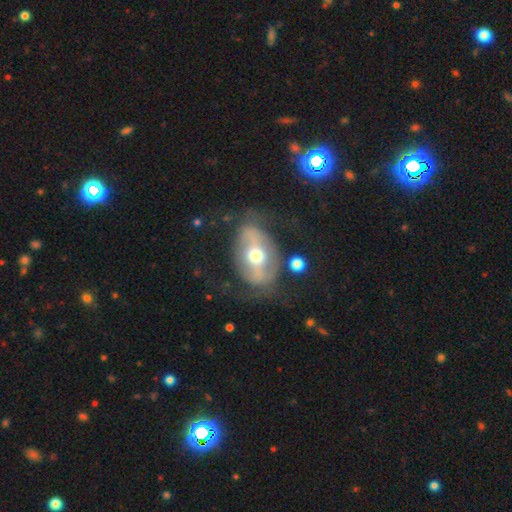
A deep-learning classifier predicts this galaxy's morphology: featured or disk 69%, smooth 25%, star or artifact 6%. Down the decision tree: edge-on disk — no (90%); bar — strong (51%); spiral arms — no (57%); bulge size — moderate (74%); merging — none (64%).